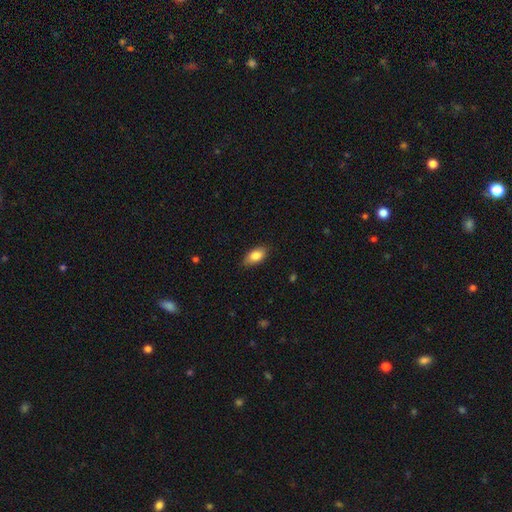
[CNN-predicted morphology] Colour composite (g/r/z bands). It shows a smooth galaxy with no disk features (84%) that is in between round and cigar-shaped (89%). Merging: none (81%).